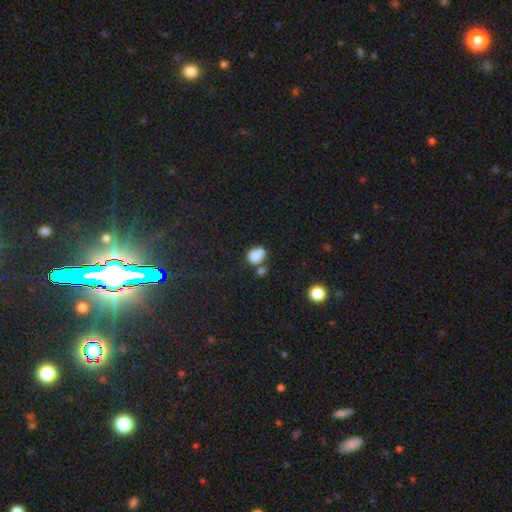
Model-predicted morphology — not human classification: This is likely a smooth galaxy (78%). How rounded: possibly in between (57%). Merging: marginally none (37%).